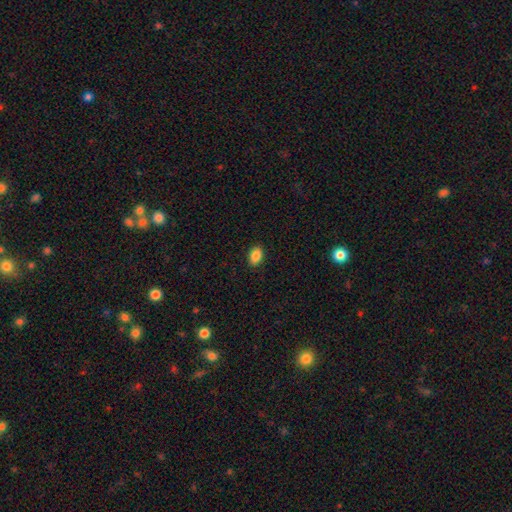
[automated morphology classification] A smooth galaxy with no disk features (88%) that is in between round and cigar-shaped (85%).

Vote fractions:
- Smooth or featured? smooth: 88% / star or artifact: 8% / featured or disk: 4%
- How rounded? in between: 85% / round: 14% / cigar-shaped: 1%
- Merging? none: 90% / minor disturbance: 7% / major disturbance: 2% / merger: 1%